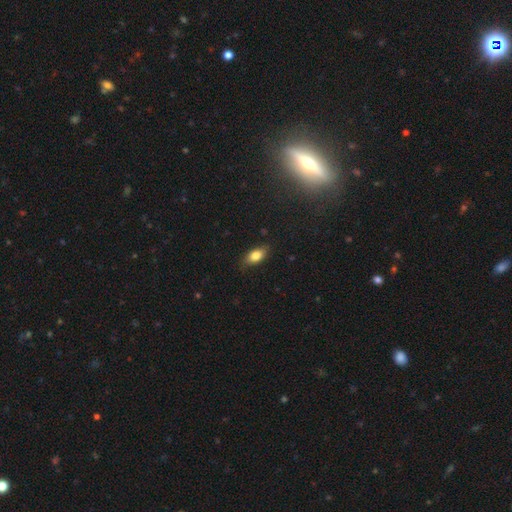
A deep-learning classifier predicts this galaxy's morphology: A smooth galaxy with no disk features (80%) that is in between round and cigar-shaped (87%). Merging: none (82%).